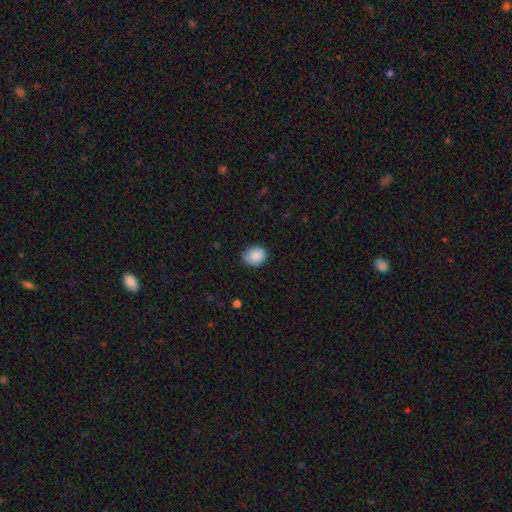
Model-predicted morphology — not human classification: Smooth or featured? Predicted: smooth (p=0.86). How rounded? Predicted: round (p=0.65). Merging? Predicted: none (p=0.70).